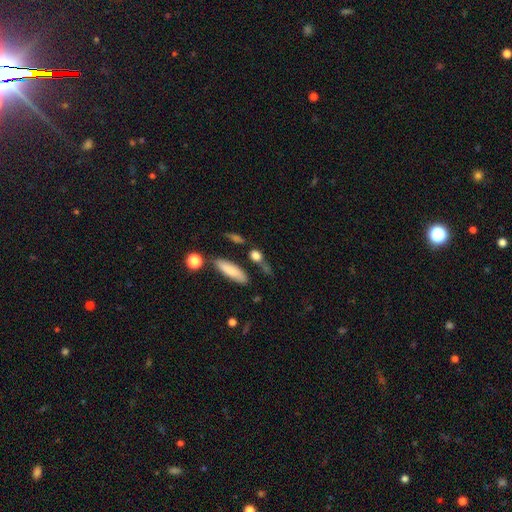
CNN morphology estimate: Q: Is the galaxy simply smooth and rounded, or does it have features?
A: smooth — 76%.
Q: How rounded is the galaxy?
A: in between — 41%.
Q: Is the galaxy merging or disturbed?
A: none — 65%.